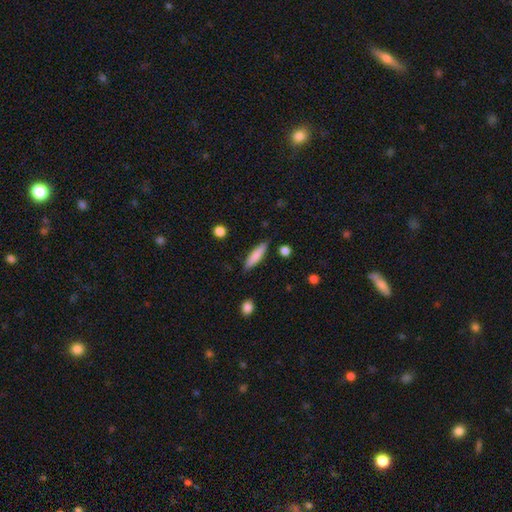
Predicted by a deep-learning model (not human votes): A smooth galaxy with no disk features (78%) that is cigar-shaped (78%).

Vote fractions:
- Smooth or featured? smooth: 78% / featured or disk: 16% / star or artifact: 6%
- How rounded? cigar-shaped: 78% / in between: 20% / round: 2%
- Merging? none: 86% / minor disturbance: 10% / major disturbance: 2% / merger: 2%